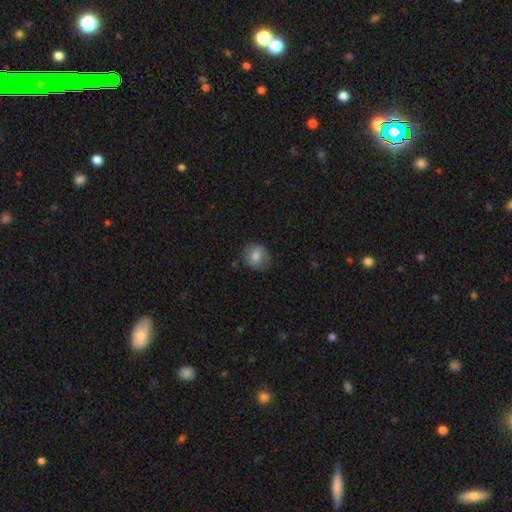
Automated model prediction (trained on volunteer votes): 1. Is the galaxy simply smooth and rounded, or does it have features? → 73% smooth, 18% featured or disk, 8% star or artifact.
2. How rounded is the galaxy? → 76% round, 23% in between, 1% cigar-shaped.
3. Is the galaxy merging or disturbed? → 81% none, 14% minor disturbance, 4% major disturbance, 1% merger.